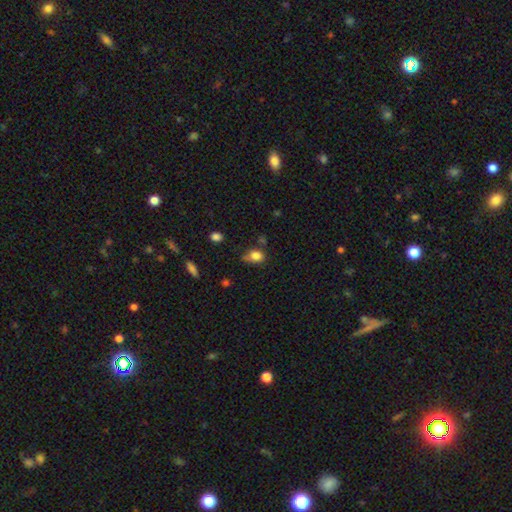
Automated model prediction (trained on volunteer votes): Smooth or featured?
  - smooth: 81% *
  - star or artifact: 11%
  - featured or disk: 8%
How rounded?
  - in between: 57% *
  - round: 41%
  - cigar-shaped: 2%
Merging?
  - none: 47% *
  - minor disturbance: 36%
  - major disturbance: 11%
  - merger: 6%